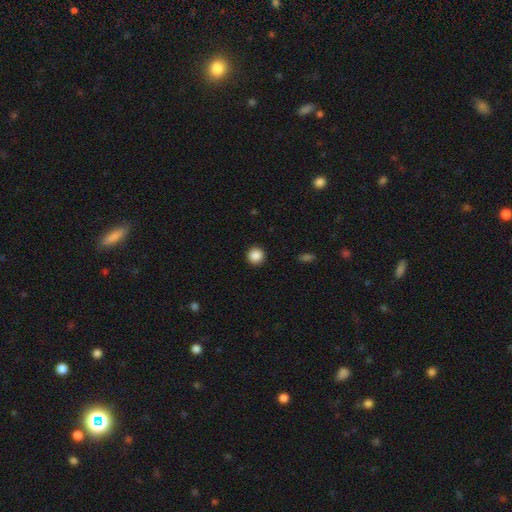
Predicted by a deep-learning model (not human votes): Smooth or featured? Predicted: smooth (p=0.88). How rounded? Predicted: round (p=0.94). Merging? Predicted: none (p=0.92).